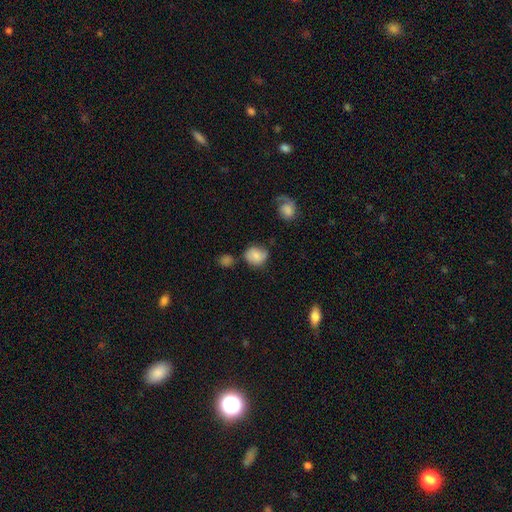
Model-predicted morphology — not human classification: Overall: smooth (75%). How rounded: round (70%). Merging: none (64%).